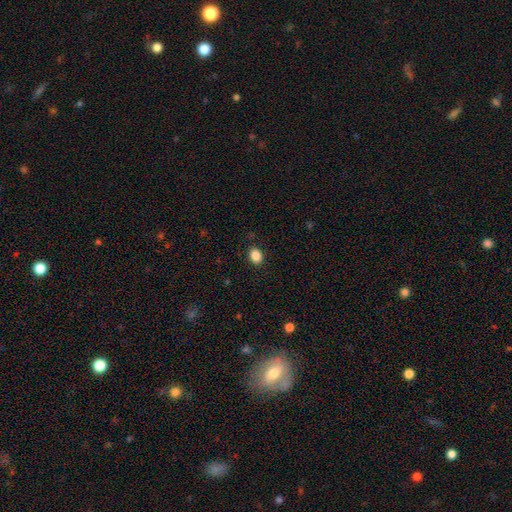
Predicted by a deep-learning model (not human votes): Smooth or featured?
  - smooth: 87% *
  - star or artifact: 10%
  - featured or disk: 3%
How rounded?
  - in between: 51% *
  - round: 48%
  - cigar-shaped: 1%
Merging?
  - none: 89% *
  - minor disturbance: 8%
  - major disturbance: 2%
  - merger: 1%